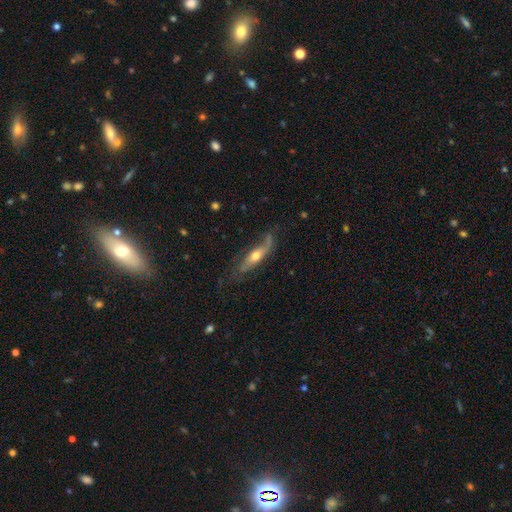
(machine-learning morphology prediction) A featured or disk galaxy (59%).

Vote fractions:
- Smooth or featured? featured or disk: 59% / smooth: 35% / star or artifact: 6%
- Edge-on disk? no: 53% / yes: 47%
- Merging? none: 53% / minor disturbance: 27% / major disturbance: 17% / merger: 3%